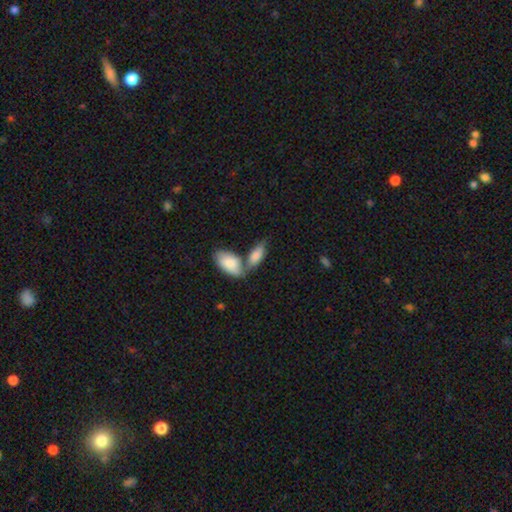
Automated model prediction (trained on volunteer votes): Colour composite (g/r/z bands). It shows a smooth galaxy with no disk features (82%) that is in between round and cigar-shaped (86%). Merging: merger (49%).